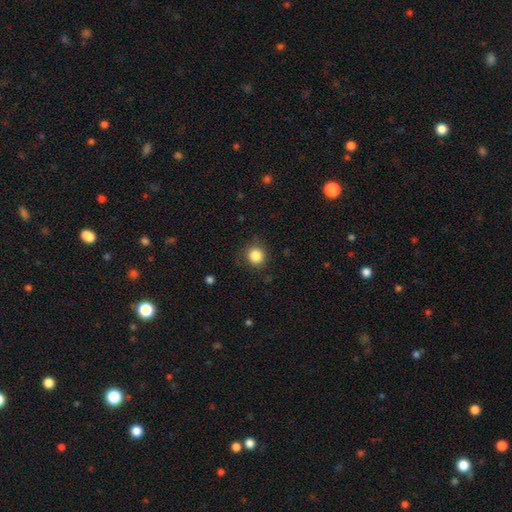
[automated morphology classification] A smooth galaxy with no disk features (86%) that is round (89%). Merging: none (82%).